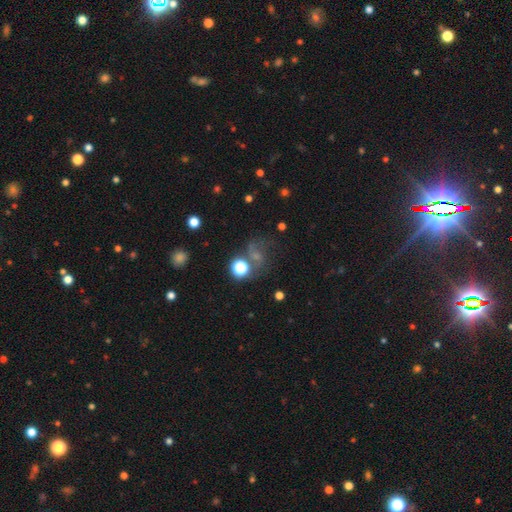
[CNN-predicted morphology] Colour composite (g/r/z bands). It shows a star or artifact, not a galaxy (37%).